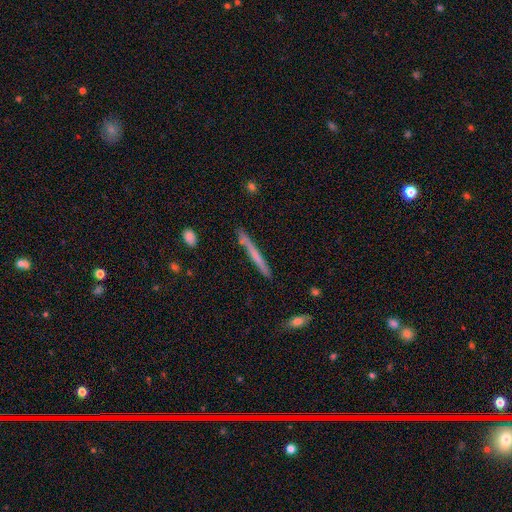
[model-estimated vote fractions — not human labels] Overall: smooth (56%; featured or disk 38%). How rounded: cigar-shaped (97%). Merging: none (84%).